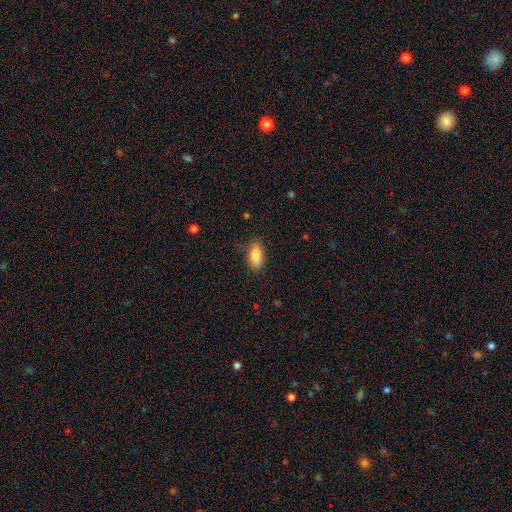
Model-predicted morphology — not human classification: smooth_or_featured: smooth (p=0.87) [alt: star or artifact p=0.07]
how_rounded: in between (p=0.89) [alt: cigar-shaped p=0.08]
merging: none (p=0.80) [alt: minor disturbance p=0.15]